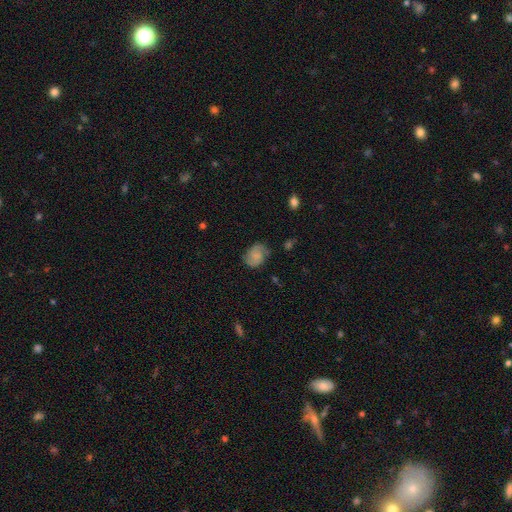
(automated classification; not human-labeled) Smooth or featured: featured or disk — 56% (smooth — 35%)
Edge-on disk: no — 98% (yes — 2%)
Bar: no — 63% (weak — 32%)
Spiral arms: yes — 92% (no — 8%)
Spiral winding: medium — 48% (tight — 28%)
Spiral arm count: 2 — 86% (can't tell — 7%)
Bulge size: none — 39% (small — 36%)
Merging: none — 74% (minor disturbance — 19%)